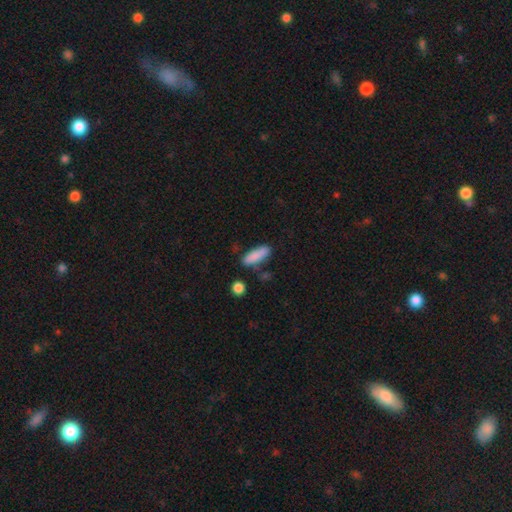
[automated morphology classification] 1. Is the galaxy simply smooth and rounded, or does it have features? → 87% smooth, 7% star or artifact, 7% featured or disk.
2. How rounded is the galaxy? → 50% cigar-shaped, 48% in between, 2% round.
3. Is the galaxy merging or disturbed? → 75% none, 16% minor disturbance, 5% merger, 4% major disturbance.